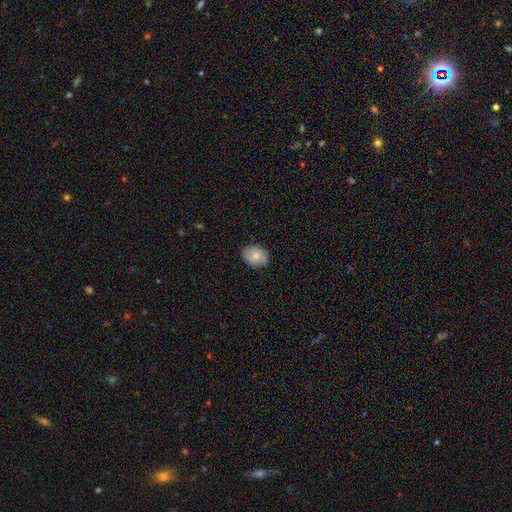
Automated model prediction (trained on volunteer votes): Smooth or featured? smooth (79%)
How rounded? round (56%)
Merging? none (83%)